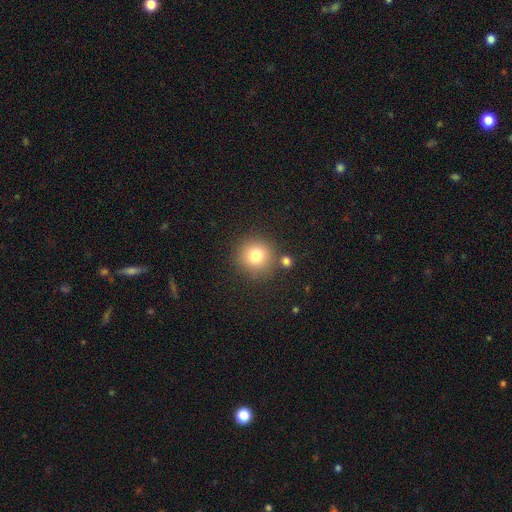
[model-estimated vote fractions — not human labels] Smooth or featured?
  - smooth: 79% *
  - star or artifact: 12%
  - featured or disk: 9%
How rounded?
  - round: 93% *
  - in between: 6%
  - cigar-shaped: 1%
Merging?
  - none: 81% *
  - minor disturbance: 9%
  - merger: 7%
  - major disturbance: 3%